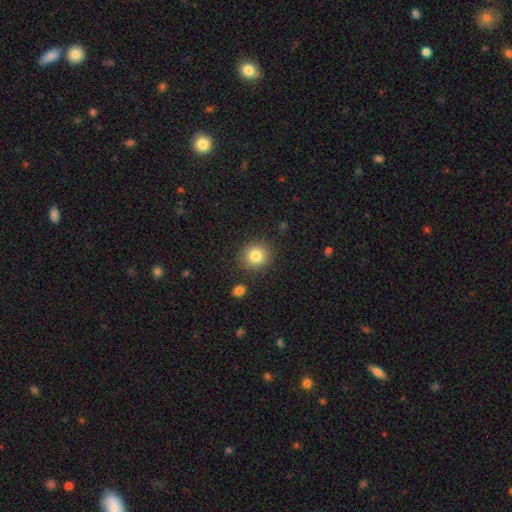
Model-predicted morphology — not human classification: This is clearly a smooth galaxy (83%). How rounded: clearly round (91%). Merging: clearly none (88%).